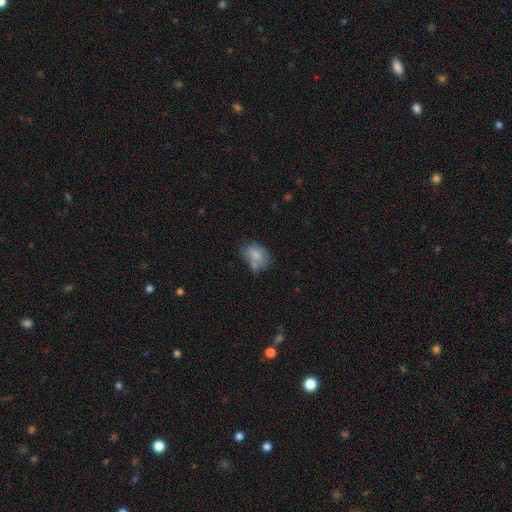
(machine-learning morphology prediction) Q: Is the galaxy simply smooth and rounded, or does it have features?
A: smooth — 69%.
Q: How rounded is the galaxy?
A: in between — 73%.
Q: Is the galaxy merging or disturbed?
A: none — 42%.